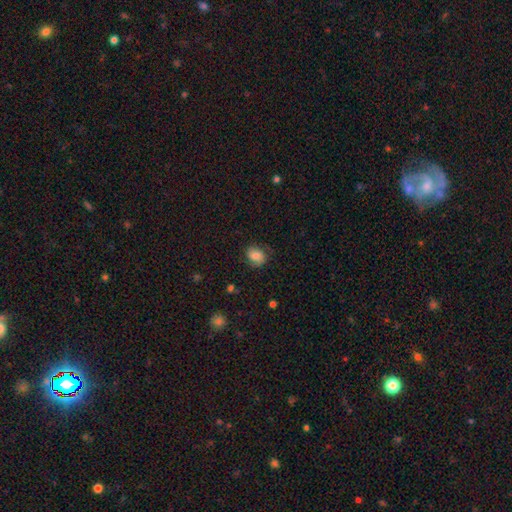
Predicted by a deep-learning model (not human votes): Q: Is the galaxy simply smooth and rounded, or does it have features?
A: smooth — 67%.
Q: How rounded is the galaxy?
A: round — 53%.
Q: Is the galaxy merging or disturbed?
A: none — 71%.